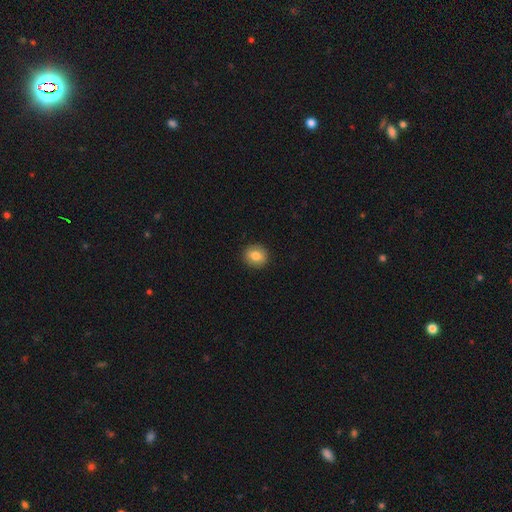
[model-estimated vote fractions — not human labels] smooth_or_featured: smooth (p=0.81) [alt: featured or disk p=0.10]
how_rounded: round (p=0.84) [alt: in between p=0.15]
merging: none (p=0.91) [alt: minor disturbance p=0.06]